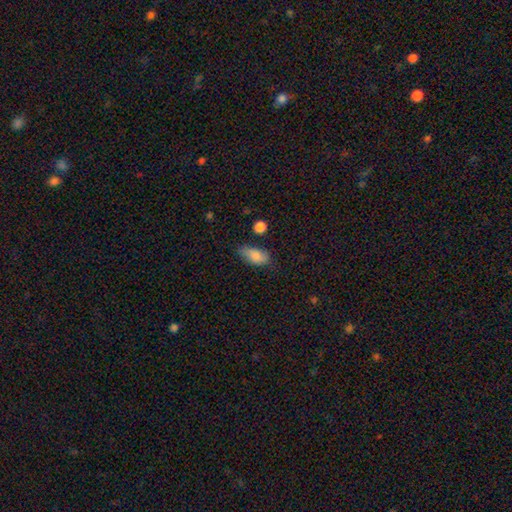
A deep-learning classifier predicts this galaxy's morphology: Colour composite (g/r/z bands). It shows a smooth galaxy with no disk features (84%) that is in between round and cigar-shaped (87%). Merging: none (66%).